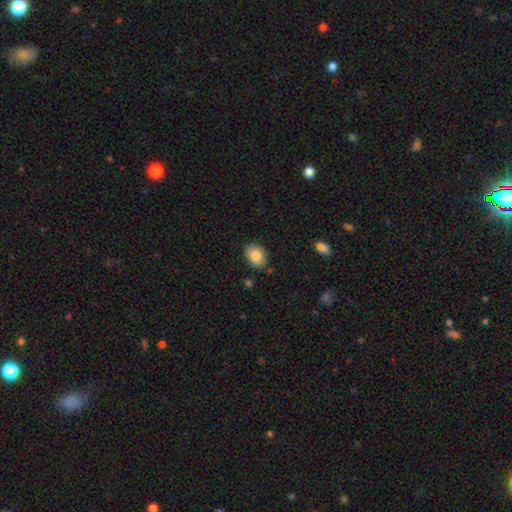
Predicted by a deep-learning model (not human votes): smooth_or_featured: smooth (p=0.84) [alt: featured or disk p=0.08]
how_rounded: in between (p=0.69) [alt: round p=0.30]
merging: none (p=0.82) [alt: minor disturbance p=0.13]